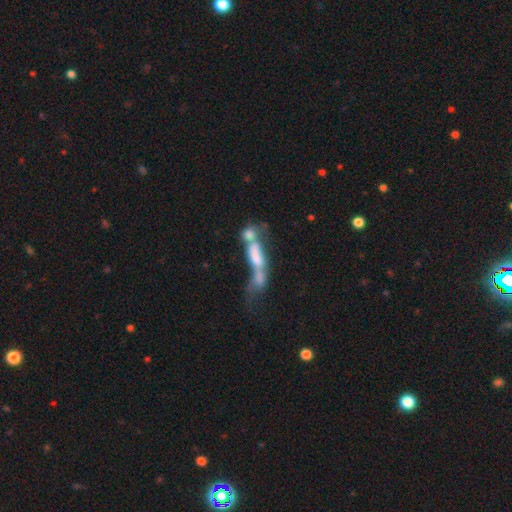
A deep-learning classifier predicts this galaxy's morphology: Smooth or featured: smooth — 52% (featured or disk — 38%)
How rounded: in between — 55% (cigar-shaped — 38%)
Merging: merger — 74% (major disturbance — 12%)